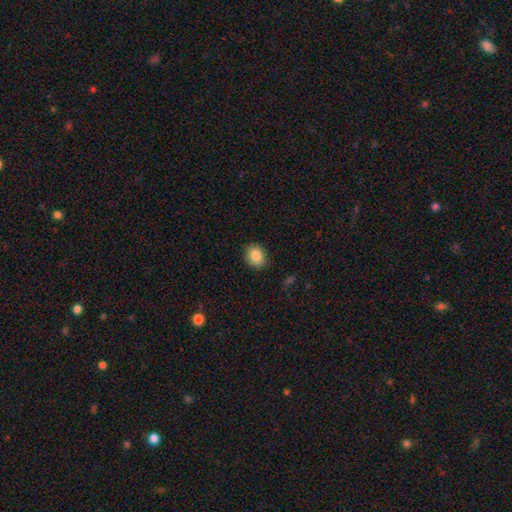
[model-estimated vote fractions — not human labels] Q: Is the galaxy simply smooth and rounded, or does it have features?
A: smooth — 86%.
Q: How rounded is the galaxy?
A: round — 53%.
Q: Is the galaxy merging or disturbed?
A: none — 89%.